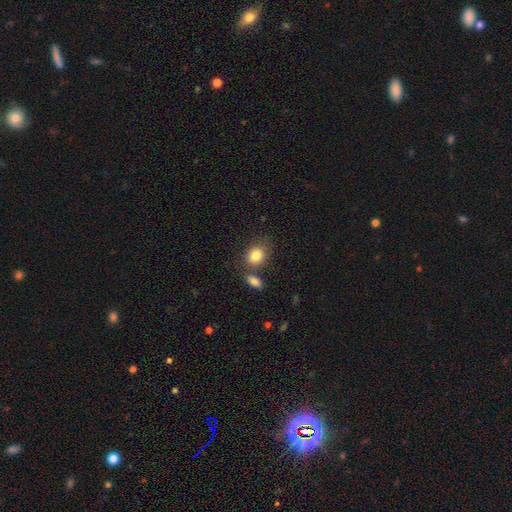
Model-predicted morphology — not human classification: Smooth or featured?
  - smooth: 83% *
  - star or artifact: 8%
  - featured or disk: 8%
How rounded?
  - in between: 56% *
  - round: 43%
  - cigar-shaped: 1%
Merging?
  - none: 60% *
  - merger: 21%
  - minor disturbance: 14%
  - major disturbance: 5%